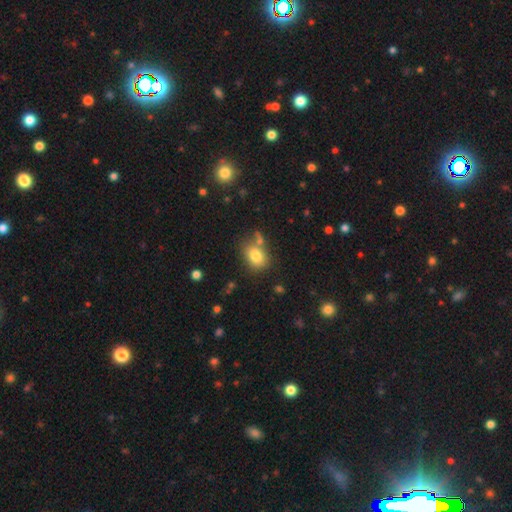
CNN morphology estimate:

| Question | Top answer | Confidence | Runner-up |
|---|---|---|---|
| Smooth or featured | smooth | 80% | featured or disk (10%) |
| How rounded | in between | 66% | round (33%) |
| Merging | none | 65% | minor disturbance (16%) |